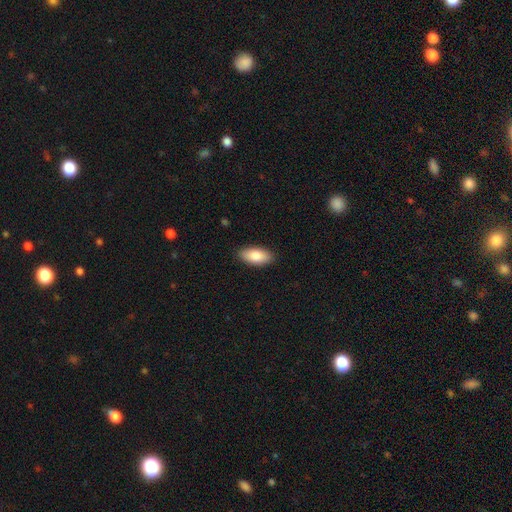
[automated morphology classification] Overall: smooth (86%). How rounded: in between (90%). Merging: none (89%).